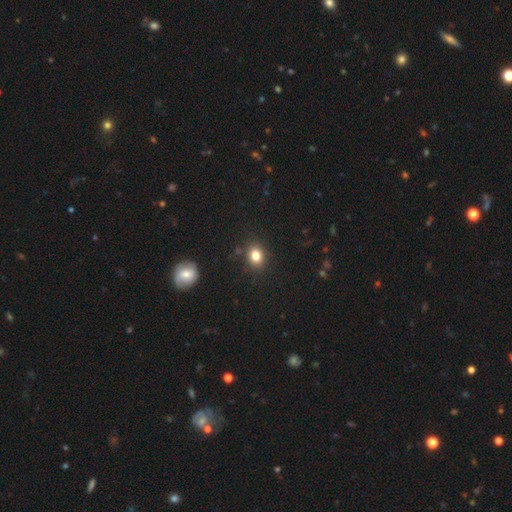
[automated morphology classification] Smooth or featured: smooth — 81% (star or artifact — 12%)
How rounded: round — 56% (in between — 43%)
Merging: none — 85% (minor disturbance — 10%)